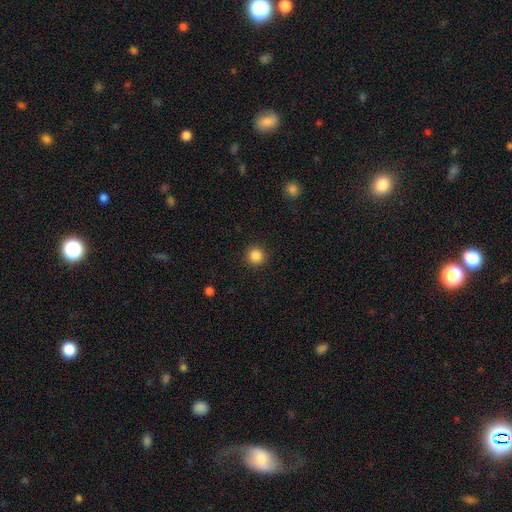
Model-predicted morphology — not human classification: Smooth or featured? Predicted: smooth (p=0.86). How rounded? Predicted: round (p=0.95). Merging? Predicted: none (p=0.92).